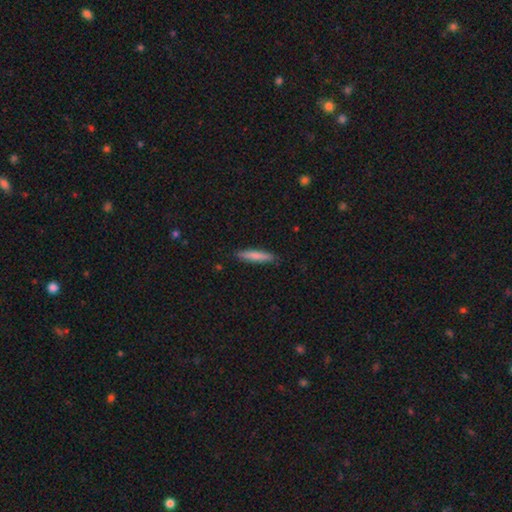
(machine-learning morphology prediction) Smooth or featured: smooth — 79% (featured or disk — 15%)
How rounded: cigar-shaped — 90% (in between — 9%)
Merging: none — 89% (minor disturbance — 8%)